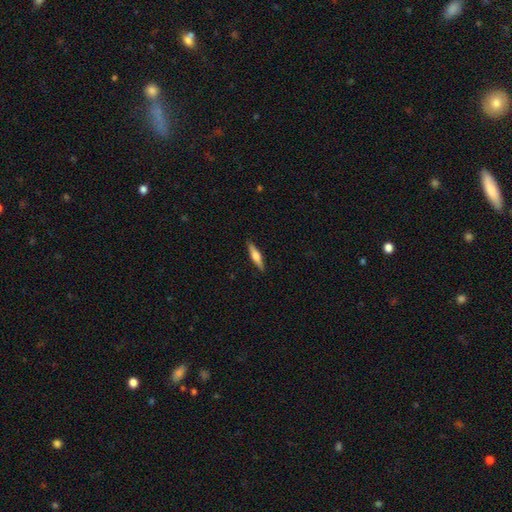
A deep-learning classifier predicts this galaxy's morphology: type=featured or disk (47%, tied with smooth); merging=none (90%).